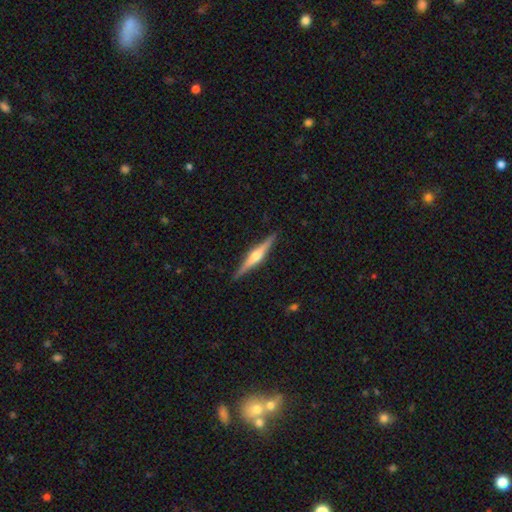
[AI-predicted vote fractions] Q: Smooth or featured?
A: featured or disk (76%); runner-up: smooth (19%)
Q: Edge-on disk?
A: yes (98%); runner-up: no (2%)
Q: Edge-on bulge?
A: rounded (86%); runner-up: boxy (9%)
Q: Merging?
A: none (91%); runner-up: minor disturbance (7%)